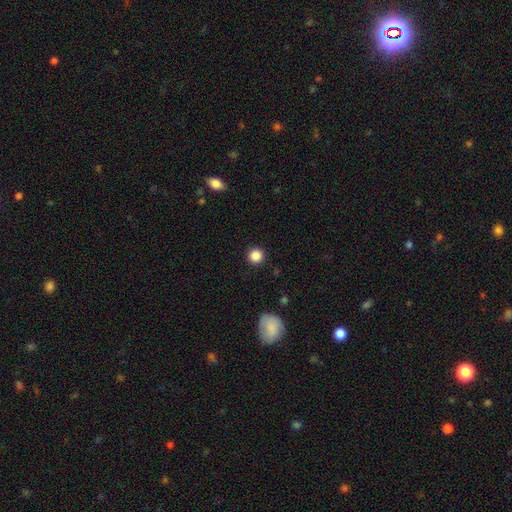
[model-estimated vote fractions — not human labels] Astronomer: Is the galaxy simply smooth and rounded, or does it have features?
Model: smooth — 87%.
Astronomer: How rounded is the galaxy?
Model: round — 94%.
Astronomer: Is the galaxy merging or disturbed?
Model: none — 91%.